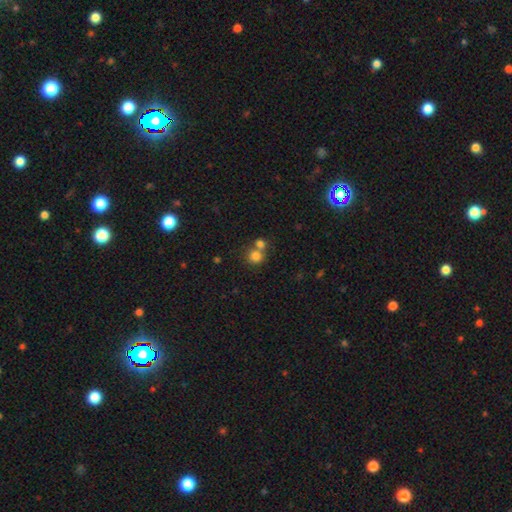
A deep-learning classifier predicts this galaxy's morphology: A smooth galaxy with no disk features (79%) that is round (89%). Merging: none (48%).